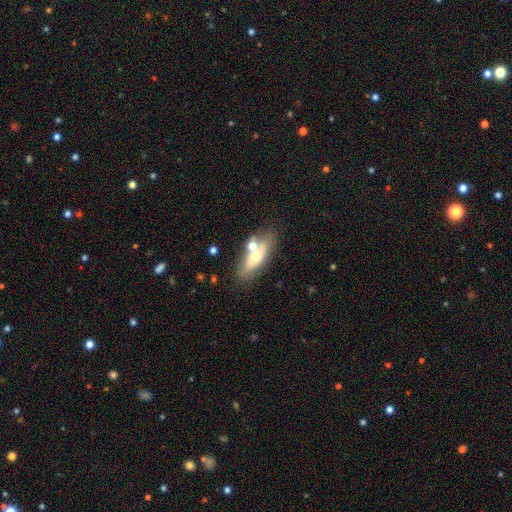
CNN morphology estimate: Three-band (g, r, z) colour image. It shows a smooth galaxy with no disk features (49%). Merging: none (61%).